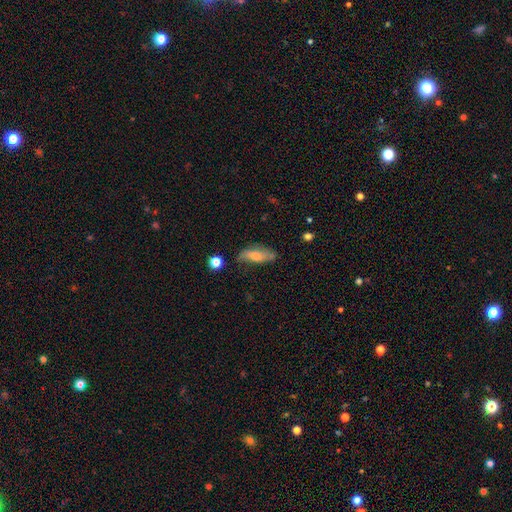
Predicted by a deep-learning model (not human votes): A smooth galaxy with no disk features (51%) that is in between round and cigar-shaped (67%).

Vote fractions:
- Smooth or featured? smooth: 51% / featured or disk: 40% / star or artifact: 8%
- How rounded? in between: 67% / cigar-shaped: 29% / round: 4%
- Merging? none: 64% / minor disturbance: 25% / major disturbance: 7% / merger: 3%